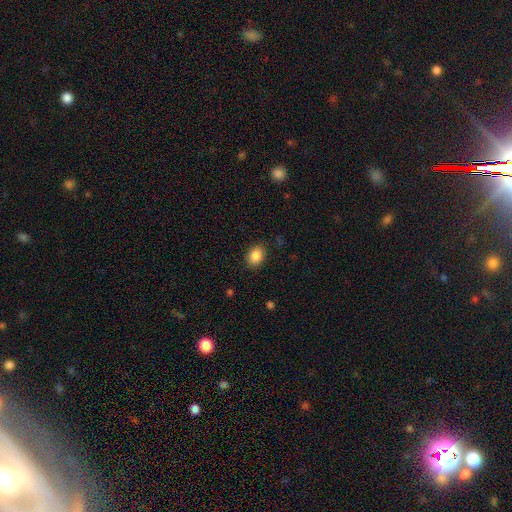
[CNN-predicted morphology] Smooth or featured?
  - smooth: 88% *
  - star or artifact: 8%
  - featured or disk: 4%
How rounded?
  - in between: 69% *
  - round: 30%
  - cigar-shaped: 1%
Merging?
  - none: 87% *
  - minor disturbance: 9%
  - major disturbance: 3%
  - merger: 1%